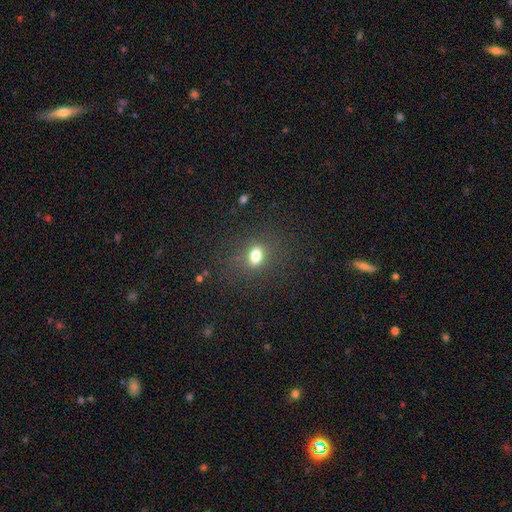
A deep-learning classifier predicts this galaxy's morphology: Smooth or featured?
  - smooth: 75% *
  - star or artifact: 15%
  - featured or disk: 10%
How rounded?
  - in between: 68% *
  - round: 29%
  - cigar-shaped: 3%
Merging?
  - none: 79% *
  - minor disturbance: 12%
  - major disturbance: 6%
  - merger: 2%